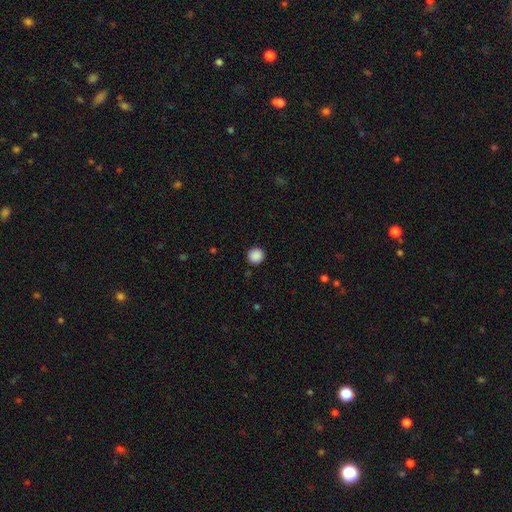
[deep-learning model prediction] Morphology: type=smooth (89%); roundness=round (93%); merging=none (92%).